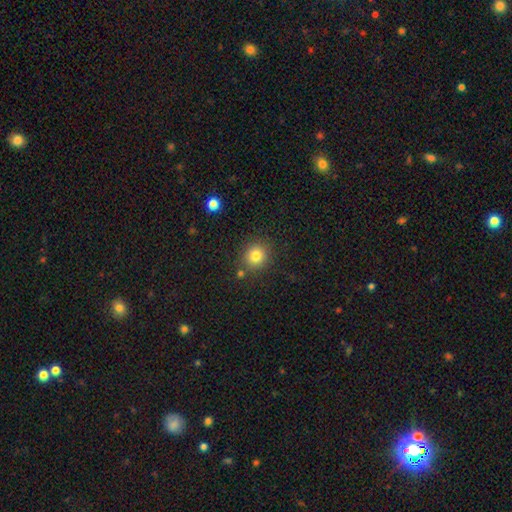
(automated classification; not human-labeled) The model was most divided on "smooth or featured": smooth: 82%, star or artifact: 12%, featured or disk: 6%. More confident: how rounded — round (87%); merging — none (84%).